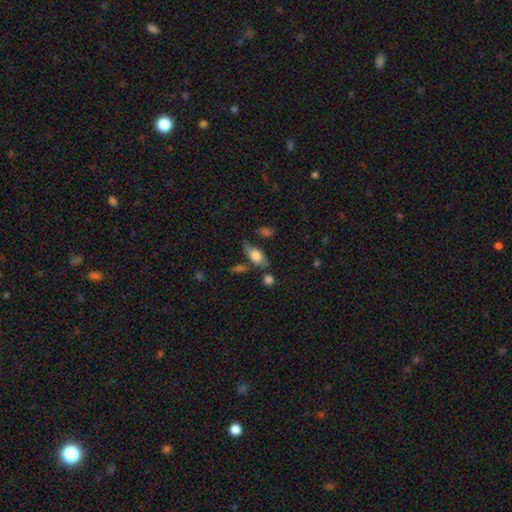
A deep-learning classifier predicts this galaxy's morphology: Q: Smooth or featured?
A: smooth (63%); runner-up: featured or disk (30%)
Q: How rounded?
A: in between (84%); runner-up: cigar-shaped (11%)
Q: Merging?
A: none (62%); runner-up: minor disturbance (22%)